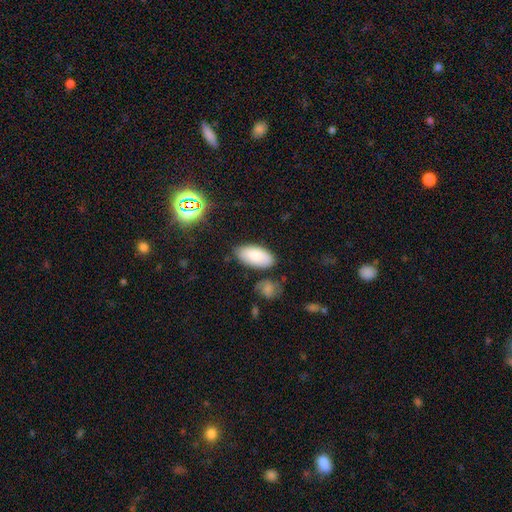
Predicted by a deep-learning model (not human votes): A smooth galaxy with no disk features (84%) that is in between round and cigar-shaped (94%).

Vote fractions:
- Smooth or featured? smooth: 84% / featured or disk: 9% / star or artifact: 7%
- How rounded? in between: 94% / cigar-shaped: 4% / round: 2%
- Merging? none: 77% / minor disturbance: 15% / merger: 5% / major disturbance: 3%